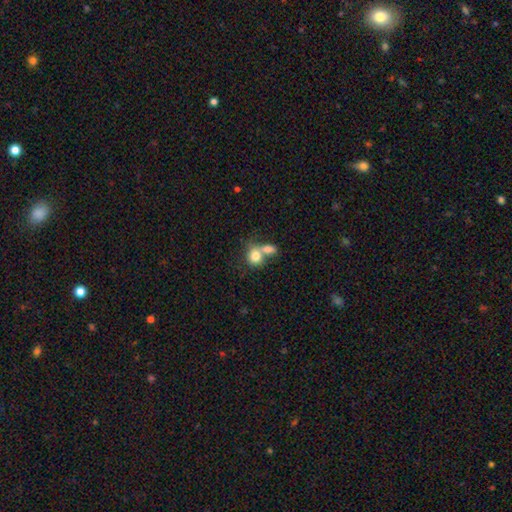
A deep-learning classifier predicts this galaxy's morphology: Q: Smooth or featured?
A: smooth (79%); runner-up: featured or disk (13%)
Q: How rounded?
A: round (63%); runner-up: in between (35%)
Q: Merging?
A: merger (62%); runner-up: none (26%)